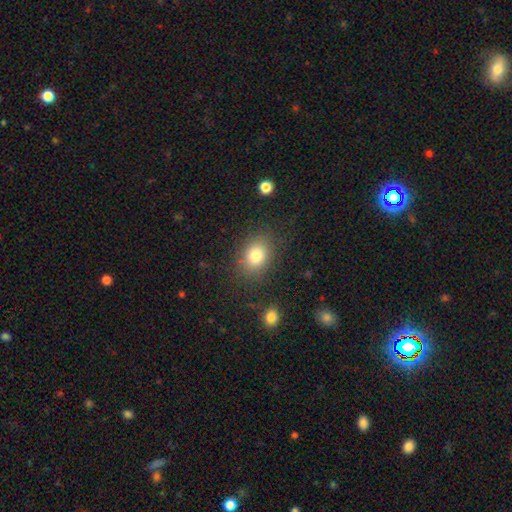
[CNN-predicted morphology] smooth-or-featured: smooth: 81% | star or artifact: 11% | featured or disk: 8%
  how-rounded: in between: 55% | round: 44% | cigar-shaped: 1%
  merging: none: 81% | minor disturbance: 12% | major disturbance: 5% | merger: 2%